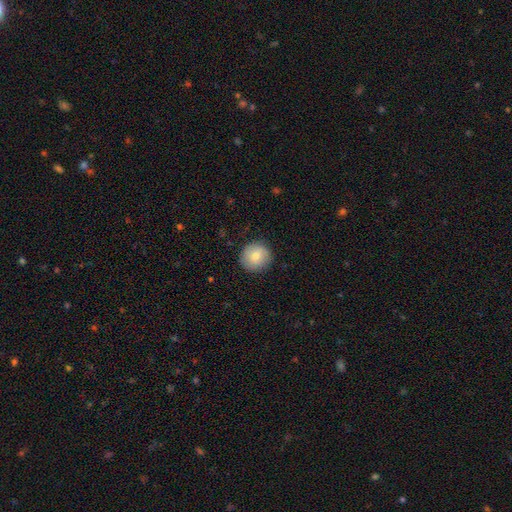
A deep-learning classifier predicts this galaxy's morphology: smooth_or_featured: smooth (p=0.76) [alt: featured or disk p=0.16]
how_rounded: round (p=0.93) [alt: in between p=0.06]
merging: none (p=0.87) [alt: minor disturbance p=0.10]